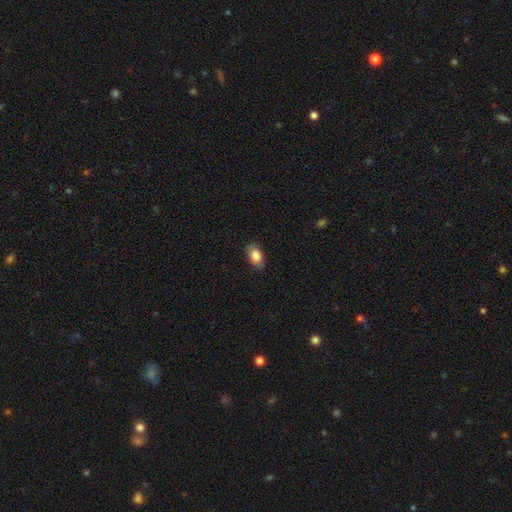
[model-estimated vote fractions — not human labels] Smooth or featured? smooth (82%)
How rounded? in between (89%)
Merging? none (85%)